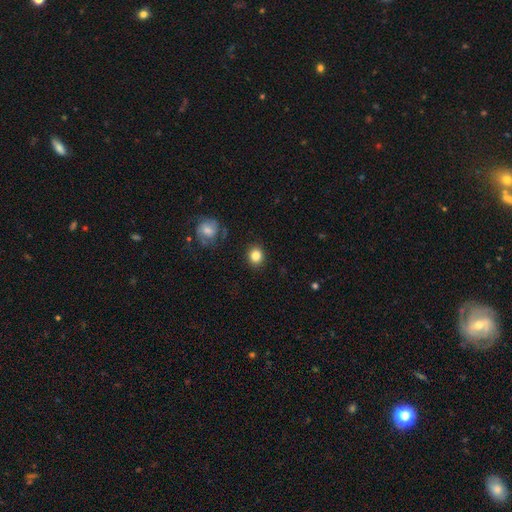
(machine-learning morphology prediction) smooth-or-featured: smooth: 83% | star or artifact: 10% | featured or disk: 7%
  how-rounded: round: 79% | in between: 20% | cigar-shaped: 1%
  merging: none: 89% | minor disturbance: 7% | major disturbance: 2% | merger: 2%